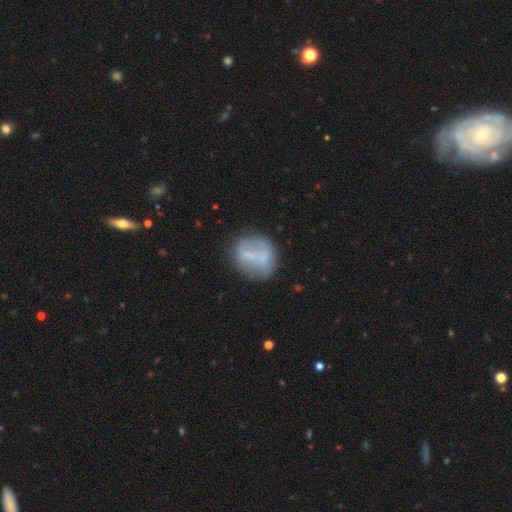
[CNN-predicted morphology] Smooth or featured?
  - smooth: 52% *
  - featured or disk: 39%
  - star or artifact: 9%
How rounded?
  - round: 72% *
  - in between: 27%
  - cigar-shaped: 2%
Merging?
  - none: 61% *
  - minor disturbance: 22%
  - major disturbance: 12%
  - merger: 6%